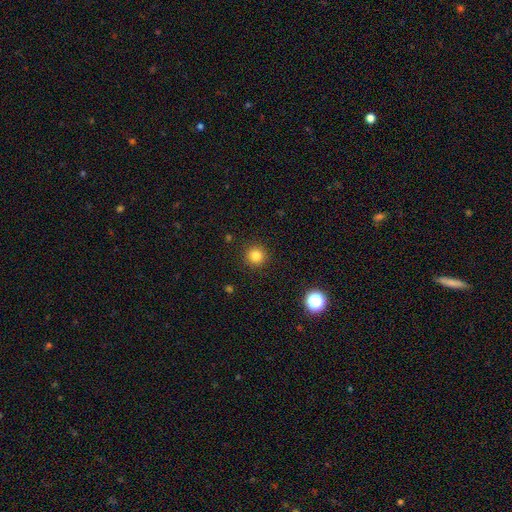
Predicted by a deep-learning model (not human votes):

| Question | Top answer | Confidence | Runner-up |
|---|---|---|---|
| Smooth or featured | smooth | 82% | star or artifact (13%) |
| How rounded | round | 95% | in between (4%) |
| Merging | none | 91% | minor disturbance (5%) |